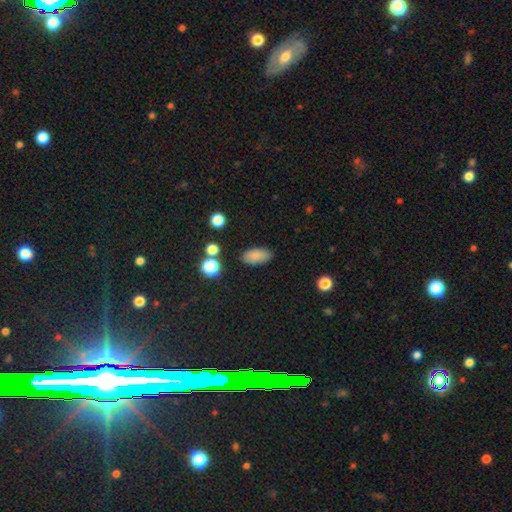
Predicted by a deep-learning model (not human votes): This appears to be a smooth galaxy with no disk features (85%) that is in between round and cigar-shaped (90%). Merging: none (85%).